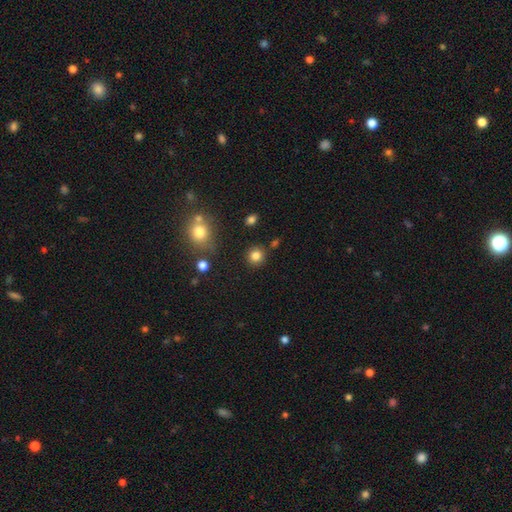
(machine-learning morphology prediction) Smooth or featured?
  - smooth: 83% *
  - star or artifact: 12%
  - featured or disk: 5%
How rounded?
  - round: 90% *
  - in between: 9%
  - cigar-shaped: 1%
Merging?
  - none: 86% *
  - minor disturbance: 7%
  - merger: 4%
  - major disturbance: 3%